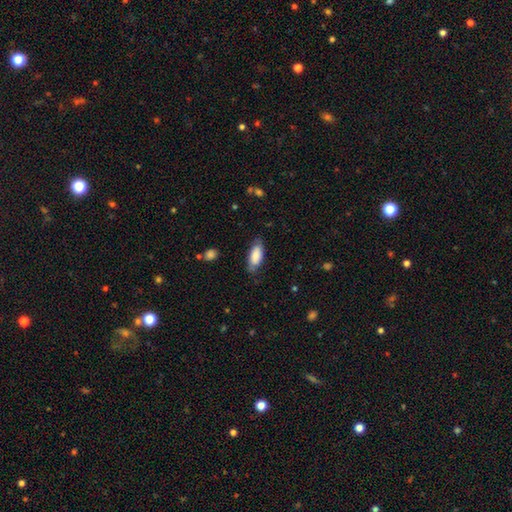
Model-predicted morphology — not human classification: Smooth or featured?
  - smooth: 82% *
  - featured or disk: 12%
  - star or artifact: 6%
How rounded?
  - in between: 81% *
  - cigar-shaped: 17%
  - round: 2%
Merging?
  - none: 77% *
  - minor disturbance: 18%
  - major disturbance: 4%
  - merger: 1%